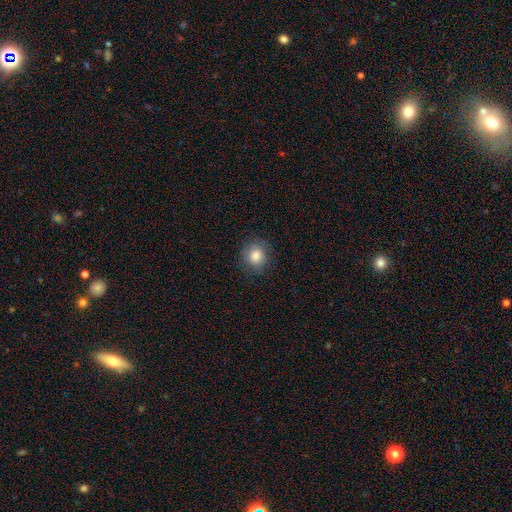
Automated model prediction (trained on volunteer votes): A smooth galaxy with no disk features (83%) that is round (82%).

Vote fractions:
- Smooth or featured? smooth: 83% / star or artifact: 9% / featured or disk: 7%
- How rounded? round: 82% / in between: 17% / cigar-shaped: 1%
- Merging? none: 83% / minor disturbance: 12% / major disturbance: 4% / merger: 1%